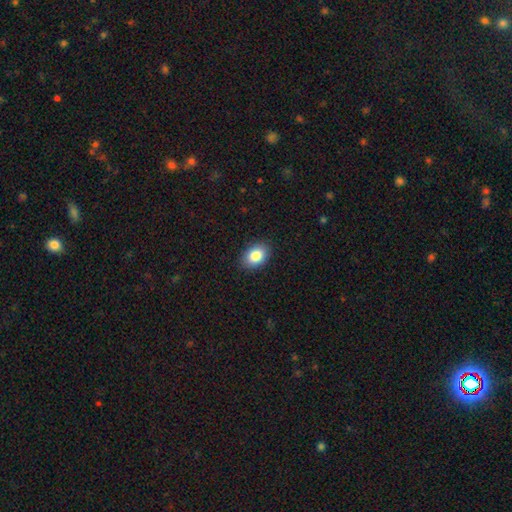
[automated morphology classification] The model was most divided on "how rounded": in between: 81%, round: 18%, cigar-shaped: 1%. More confident: merging — none (88%); smooth or featured — smooth (85%).